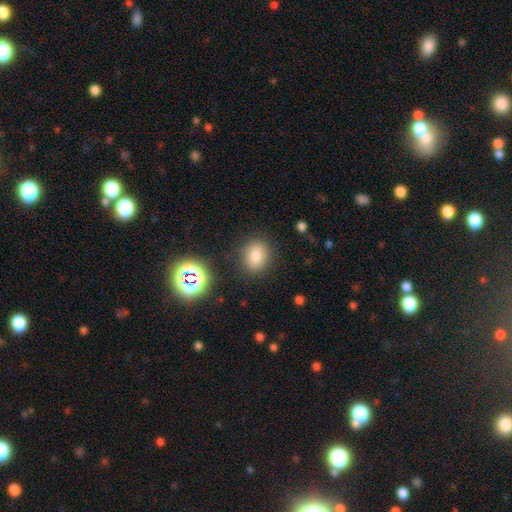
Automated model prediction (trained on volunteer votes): Smooth or featured? Predicted: smooth (p=0.77). How rounded? Predicted: round (p=0.64). Merging? Predicted: none (p=0.85).